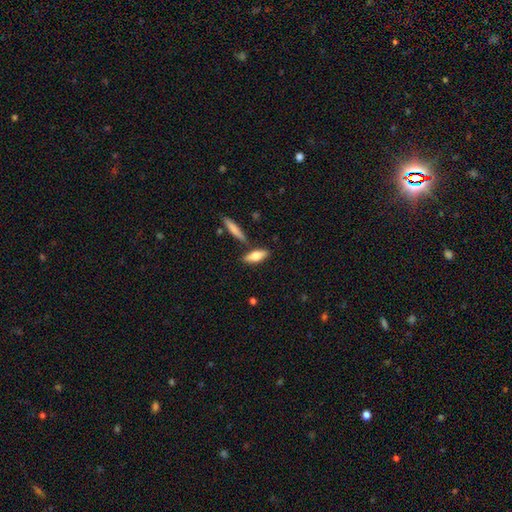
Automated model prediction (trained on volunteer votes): smooth_or_featured: smooth (p=0.73) [alt: featured or disk p=0.21]
how_rounded: in between (p=0.63) [alt: cigar-shaped p=0.35]
merging: none (p=0.73) [alt: minor disturbance p=0.13]